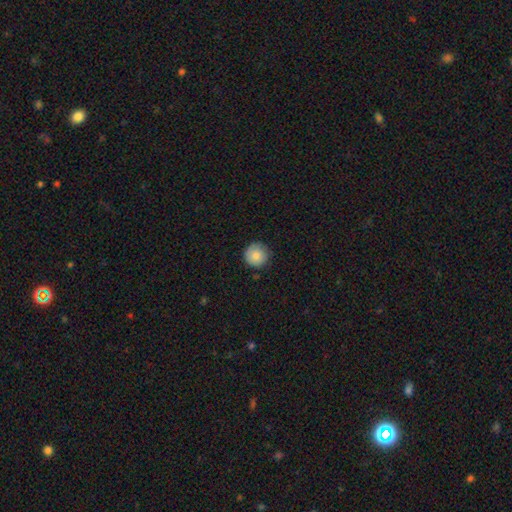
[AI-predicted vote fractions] Q: Smooth or featured?
A: smooth (82%); runner-up: featured or disk (10%)
Q: How rounded?
A: round (96%); runner-up: in between (3%)
Q: Merging?
A: none (85%); runner-up: minor disturbance (11%)